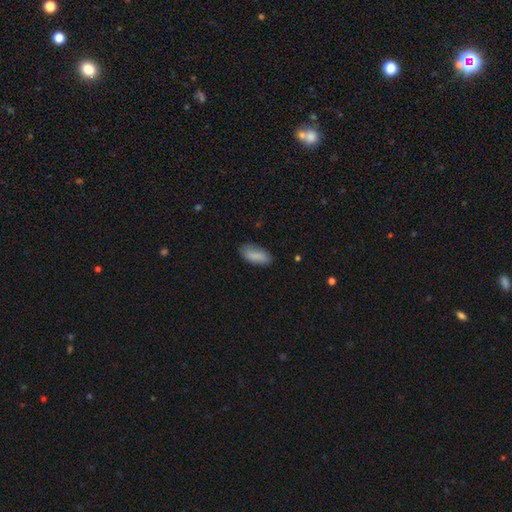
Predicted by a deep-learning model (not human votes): Smooth or featured? smooth (85%)
How rounded? in between (86%)
Merging? none (78%)